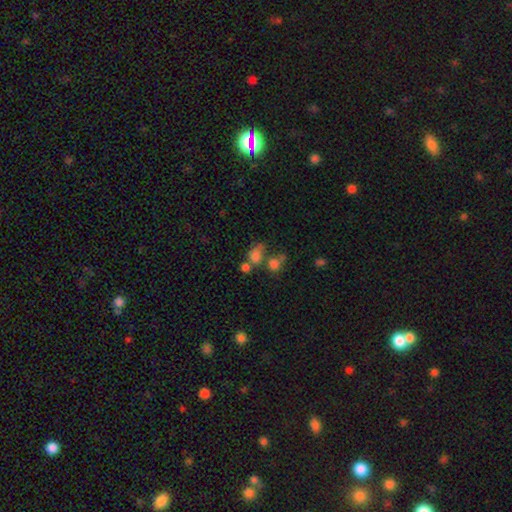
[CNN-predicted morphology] smooth-or-featured: smooth: 70% | star or artifact: 16% | featured or disk: 14%
  how-rounded: in between: 56% | round: 42% | cigar-shaped: 2%
  merging: merger: 44% | none: 30% | major disturbance: 14% | minor disturbance: 13%